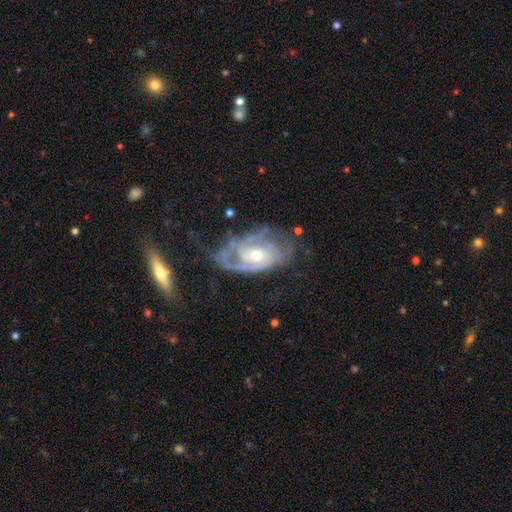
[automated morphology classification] The model was most divided on "spiral arm count": 2: 37%, can't tell: 30%, 3: 17%, 1: 8%, 4: 5%, more than 4: 4%. Remaining: edge-on disk — no (96%); spiral arms — yes (92%); smooth or featured — featured or disk (87%); bar — no (63%); bulge size — moderate (63%); spiral winding — tight (59%); merging — none (47%).